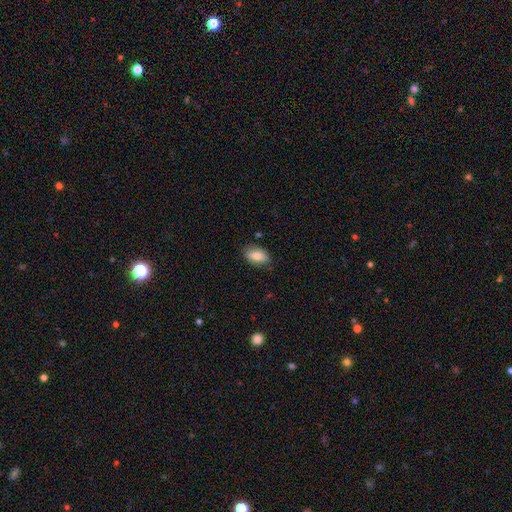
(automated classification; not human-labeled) A smooth galaxy with no disk features (78%) that is in between round and cigar-shaped (90%).

Vote fractions:
- Smooth or featured? smooth: 78% / featured or disk: 15% / star or artifact: 7%
- How rounded? in between: 90% / round: 8% / cigar-shaped: 2%
- Merging? none: 78% / minor disturbance: 17% / major disturbance: 3% / merger: 2%